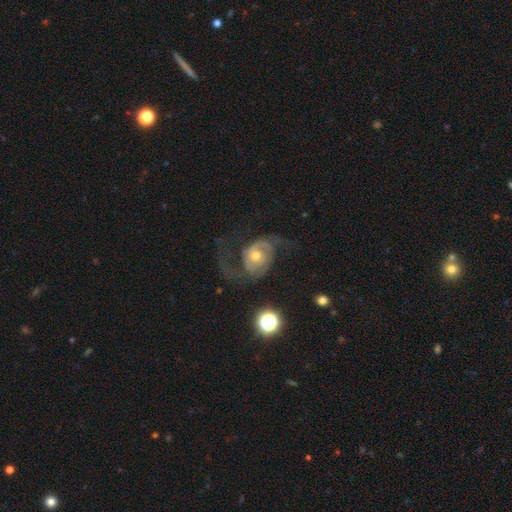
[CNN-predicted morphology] This appears to be a featured or disk galaxy (80%) with no bar (71%), 2 (83%) loose (50%) spiral arms (91%) and a moderate central bulge (66%). Merging: none (49%).